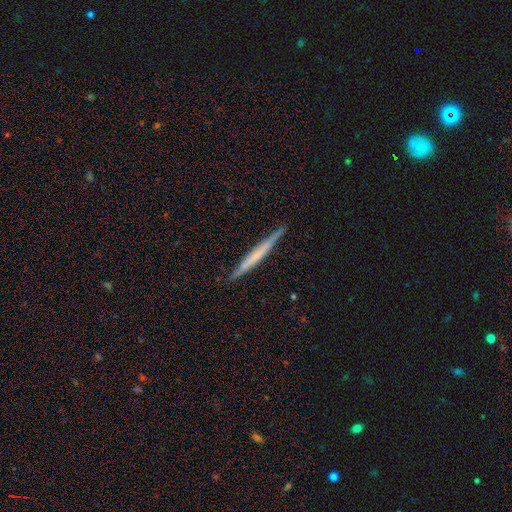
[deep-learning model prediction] featured or disk 50%, smooth 44%, star or artifact 6%. Down the decision tree: merging — none (88%).